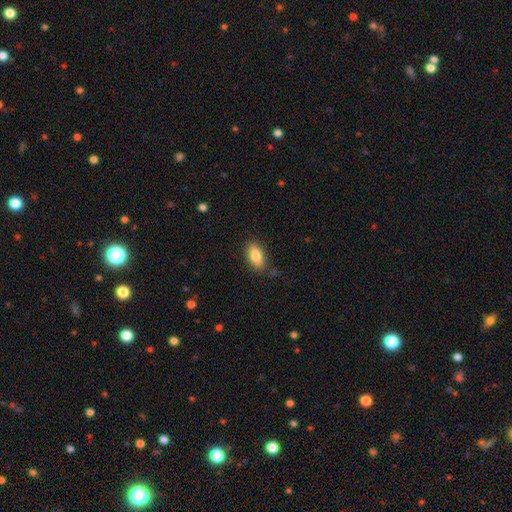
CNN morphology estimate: Smooth or featured?
  - smooth: 85% *
  - featured or disk: 8%
  - star or artifact: 7%
How rounded?
  - in between: 89% *
  - cigar-shaped: 8%
  - round: 4%
Merging?
  - none: 81% *
  - minor disturbance: 14%
  - major disturbance: 3%
  - merger: 2%